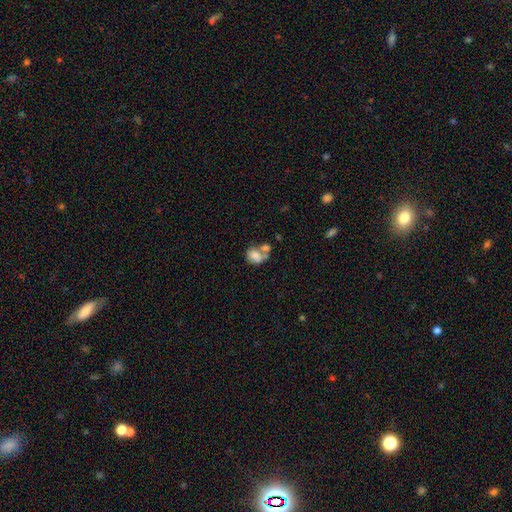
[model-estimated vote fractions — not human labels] Overall: smooth (76%). How rounded: in between (62%; round 37%). Merging: merger (51%; none 30%).